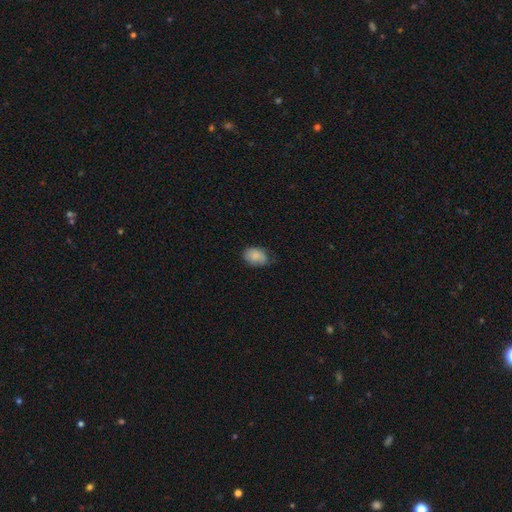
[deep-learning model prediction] A smooth galaxy with no disk features (83%) that is in between round and cigar-shaped (75%). Merging: none (57%).